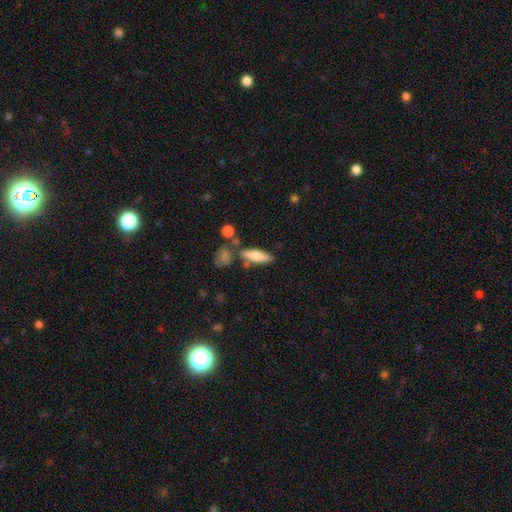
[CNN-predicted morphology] This is likely a smooth galaxy (68%). How rounded: possibly cigar-shaped (53%). Merging: likely none (68%).